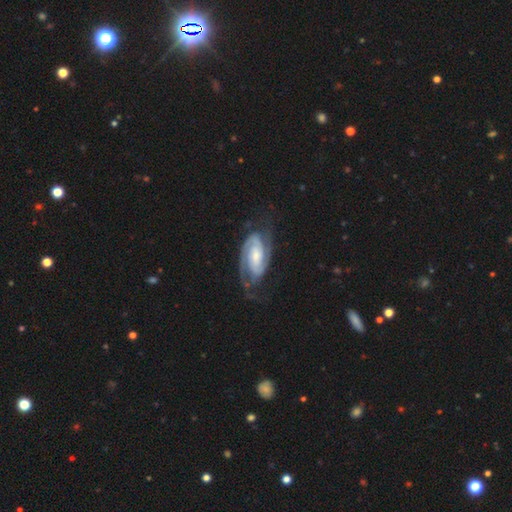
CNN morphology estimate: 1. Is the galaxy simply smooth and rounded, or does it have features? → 90% featured or disk, 6% smooth, 4% star or artifact.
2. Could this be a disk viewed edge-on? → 97% no, 3% yes.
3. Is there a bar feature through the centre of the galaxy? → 41% no, 39% weak, 20% strong.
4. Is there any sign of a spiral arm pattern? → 98% yes, 2% no.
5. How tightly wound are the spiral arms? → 52% tight, 39% medium, 9% loose.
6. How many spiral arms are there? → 88% 2, 4% can't tell, 3% 3, 2% 1, 1% 4, 1% more than 4.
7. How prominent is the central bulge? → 42% moderate, 38% small, 10% large, 9% none, 2% dominant.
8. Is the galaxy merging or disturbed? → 70% none, 18% minor disturbance, 11% major disturbance, 1% merger.